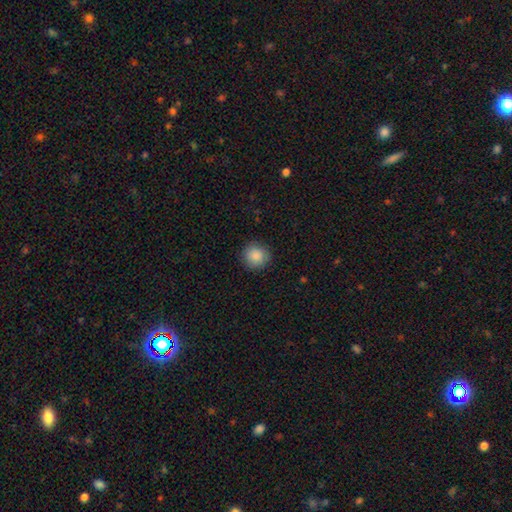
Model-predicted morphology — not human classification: smooth-or-featured: smooth: 88% | star or artifact: 8% | featured or disk: 4%
  how-rounded: round: 93% | in between: 6% | cigar-shaped: 1%
  merging: none: 89% | minor disturbance: 7% | major disturbance: 2% | merger: 1%